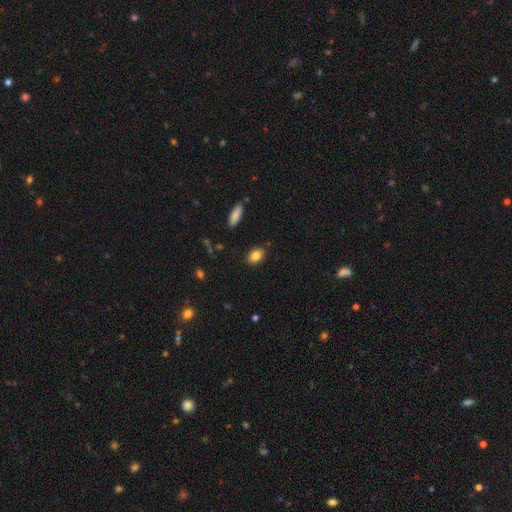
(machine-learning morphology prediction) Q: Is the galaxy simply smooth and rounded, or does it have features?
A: smooth — 85%.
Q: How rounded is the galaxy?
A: in between — 82%.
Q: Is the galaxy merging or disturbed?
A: none — 87%.